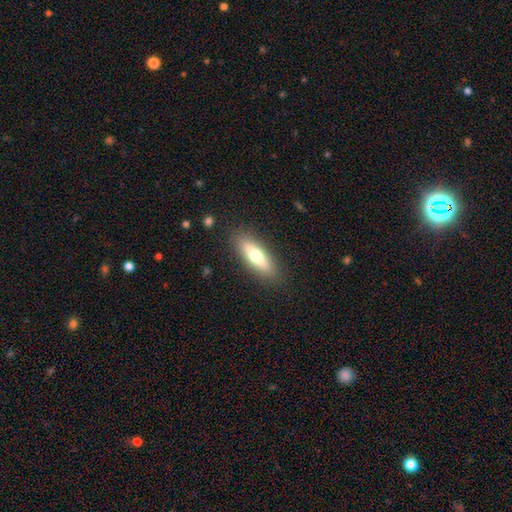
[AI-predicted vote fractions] The model was most divided on "how rounded": cigar-shaped: 49%, in between: 48%, round: 2%. More confident: merging — none (87%); smooth or featured — smooth (62%).